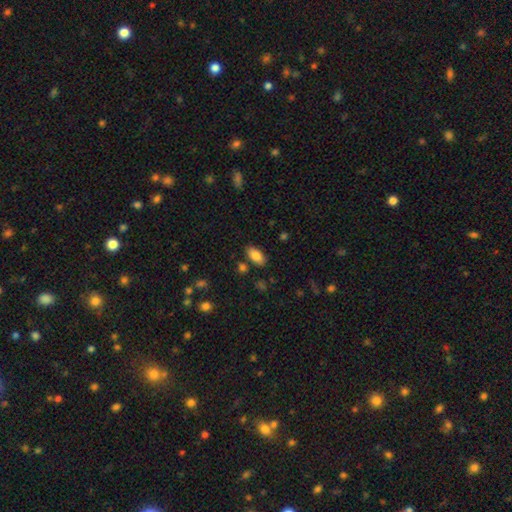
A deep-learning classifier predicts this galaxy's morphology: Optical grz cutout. It shows a smooth galaxy with no disk features (84%) that is in between round and cigar-shaped (92%). Merging: none (83%).